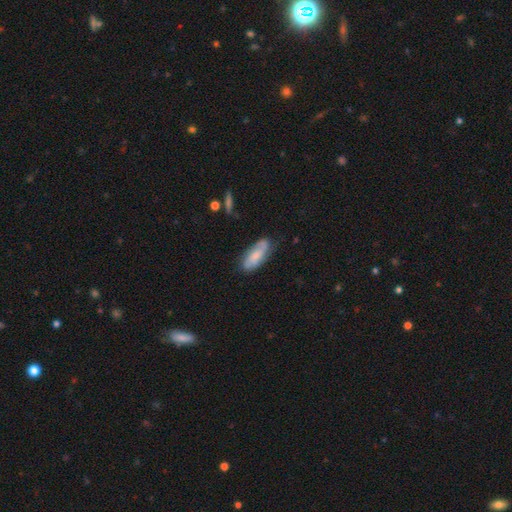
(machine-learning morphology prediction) Smooth or featured? smooth (48%)
Merging? none (71%)